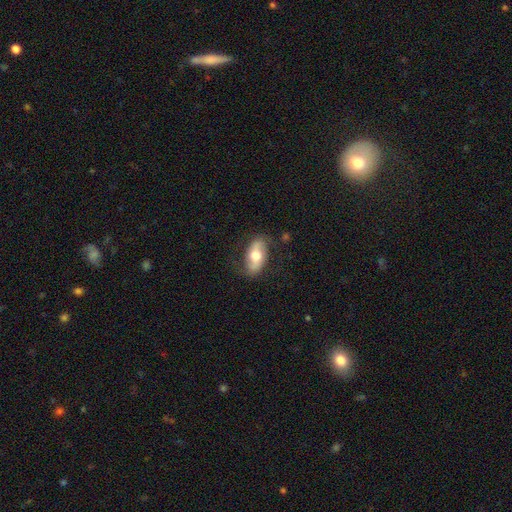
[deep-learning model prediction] smooth-or-featured: smooth: 53% | featured or disk: 41% | star or artifact: 6%
  how-rounded: in between: 89% | cigar-shaped: 6% | round: 5%
  merging: none: 76% | minor disturbance: 17% | major disturbance: 6% | merger: 1%